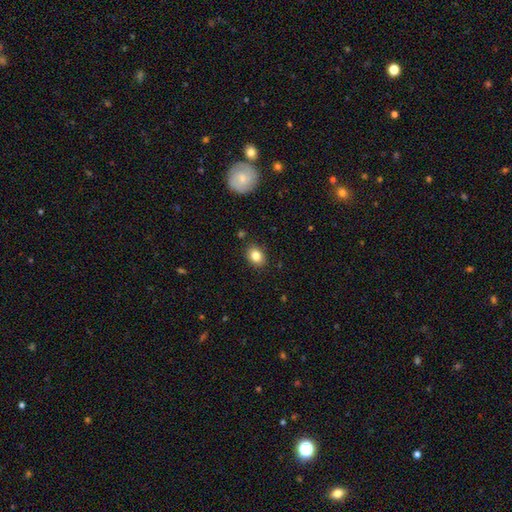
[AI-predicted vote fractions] Smooth or featured? Predicted: smooth (p=0.83). How rounded? Predicted: in between (p=0.63). Merging? Predicted: none (p=0.87).